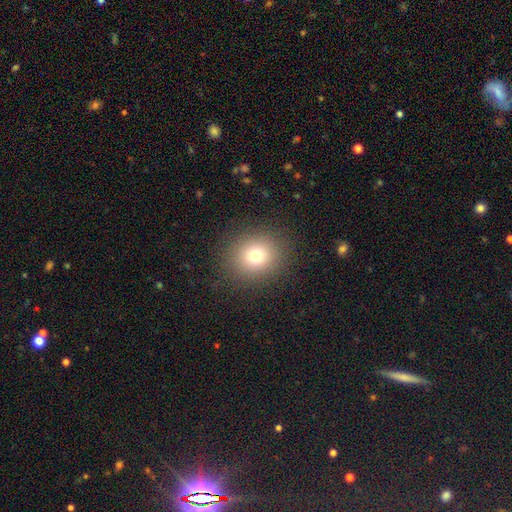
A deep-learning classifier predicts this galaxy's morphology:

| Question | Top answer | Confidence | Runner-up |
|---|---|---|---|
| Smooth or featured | smooth | 75% | star or artifact (16%) |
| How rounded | round | 80% | in between (19%) |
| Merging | none | 88% | minor disturbance (7%) |